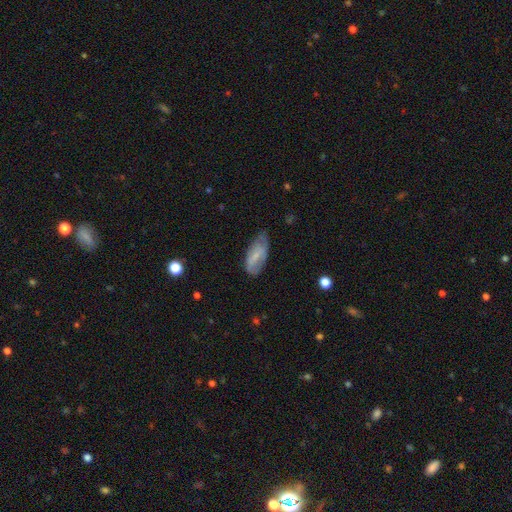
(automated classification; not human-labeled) This appears to be a smooth galaxy with no disk features (58%) that is in between round and cigar-shaped (87%). Merging: none (48%).